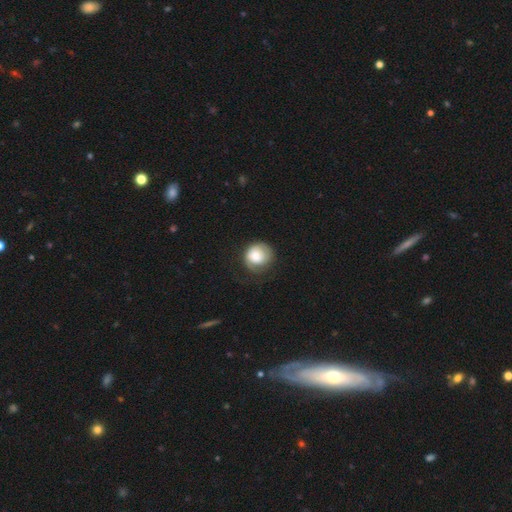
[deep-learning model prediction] This appears to be a smooth galaxy with no disk features (75%) that is round (84%). Merging: none (52%).